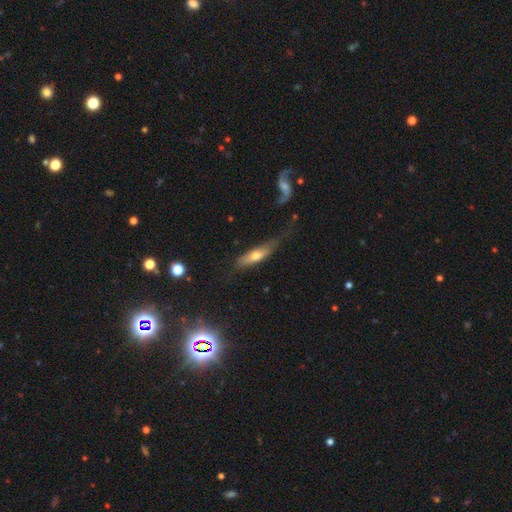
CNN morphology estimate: This appears to be a smooth galaxy with no disk features (57%) that is cigar-shaped (59%). Merging: none (49%).